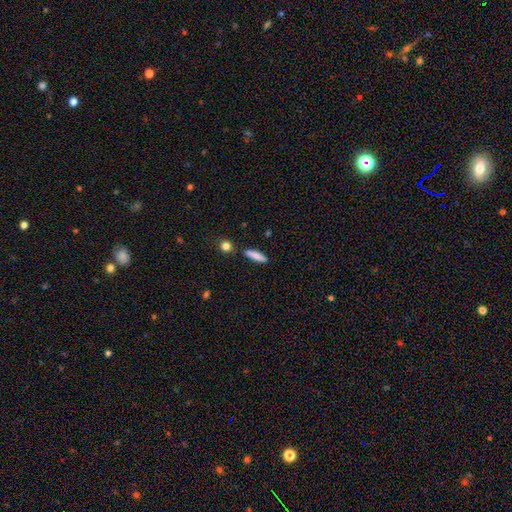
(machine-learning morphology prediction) Q: Smooth or featured?
A: smooth (83%); runner-up: featured or disk (11%)
Q: How rounded?
A: cigar-shaped (79%); runner-up: in between (18%)
Q: Merging?
A: none (86%); runner-up: minor disturbance (9%)